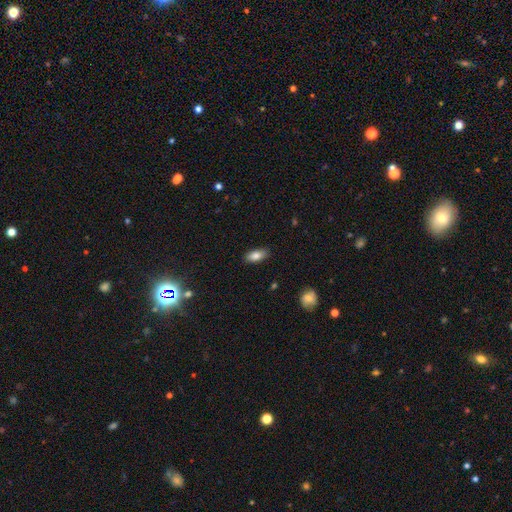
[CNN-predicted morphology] smooth_or_featured: smooth (p=0.84) [alt: featured or disk p=0.09]
how_rounded: in between (p=0.87) [alt: cigar-shaped p=0.10]
merging: none (p=0.87) [alt: minor disturbance p=0.10]